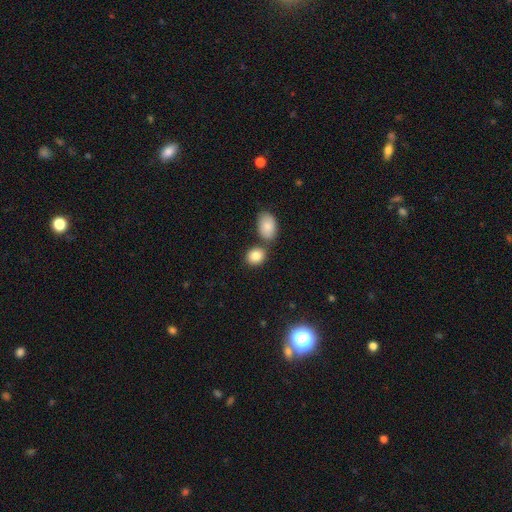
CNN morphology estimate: A smooth galaxy with no disk features (84%) that is round (50%).

Vote fractions:
- Smooth or featured? smooth: 84% / star or artifact: 9% / featured or disk: 7%
- How rounded? round: 50% / in between: 49% / cigar-shaped: 1%
- Merging? none: 63% / merger: 24% / minor disturbance: 10% / major disturbance: 3%